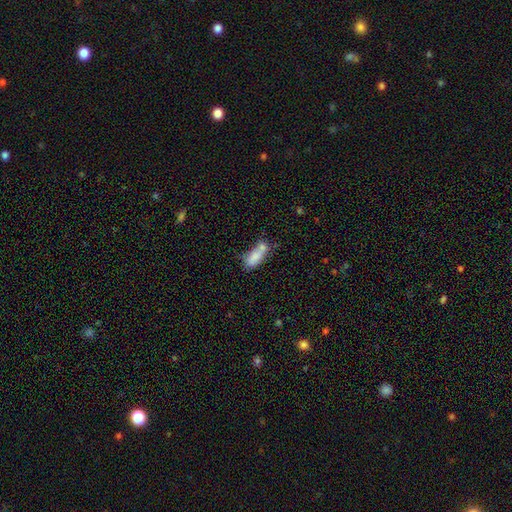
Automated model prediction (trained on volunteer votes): This appears to be a smooth galaxy with no disk features (73%) that is in between round and cigar-shaped (74%). Merging: merger (46%).